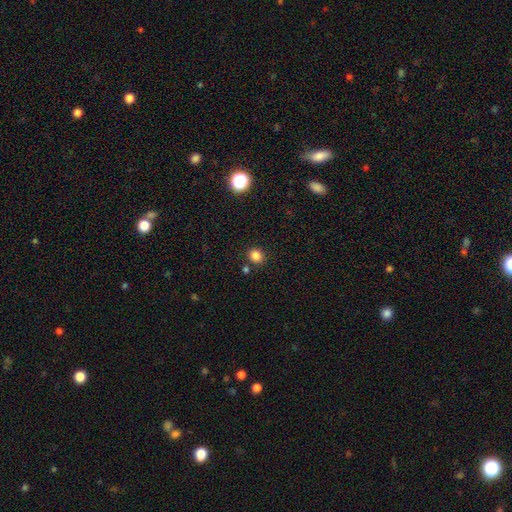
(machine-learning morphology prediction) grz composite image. It shows a smooth galaxy with no disk features (83%) that is round (83%). Merging: none (84%).